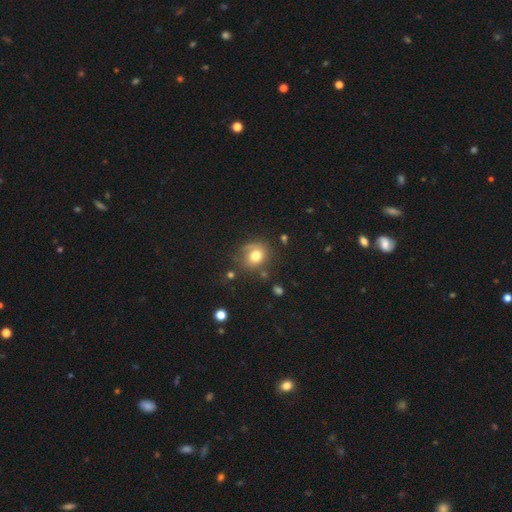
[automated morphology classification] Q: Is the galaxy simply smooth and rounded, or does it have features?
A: smooth — 74%.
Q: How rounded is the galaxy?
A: round — 74%.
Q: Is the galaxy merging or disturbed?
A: none — 65%.